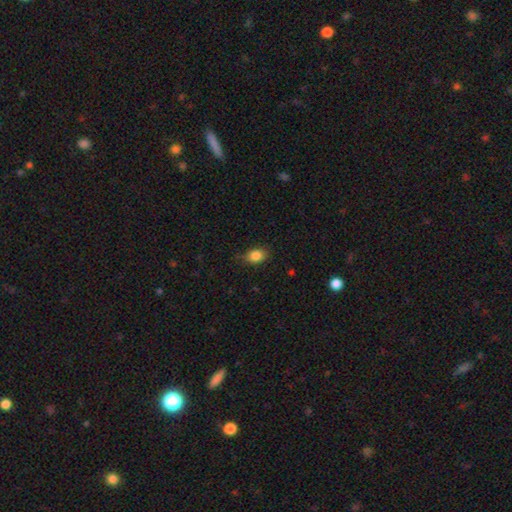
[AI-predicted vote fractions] smooth 85%, star or artifact 9%, featured or disk 5%. Down the decision tree: how rounded — in between (74%); merging — none (78%).